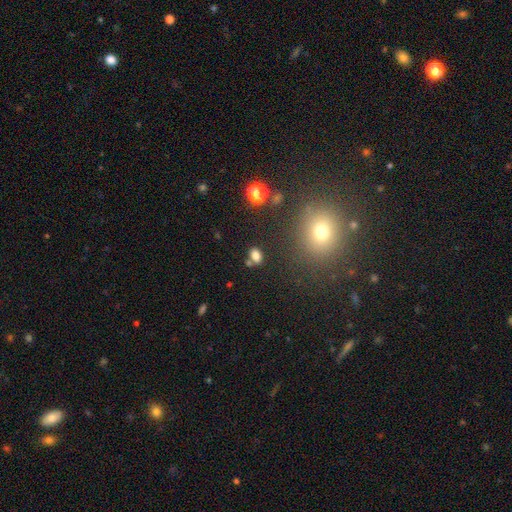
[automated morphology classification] Smooth or featured: smooth — 78% (star or artifact — 14%)
How rounded: in between — 75% (round — 23%)
Merging: none — 66% (merger — 18%)